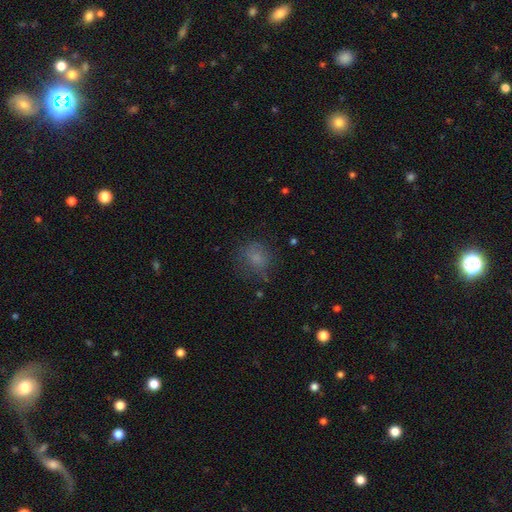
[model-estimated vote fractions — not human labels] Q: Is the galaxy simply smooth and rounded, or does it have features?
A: smooth — 69%.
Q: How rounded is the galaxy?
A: round — 71%.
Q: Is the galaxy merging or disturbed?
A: none — 66%.